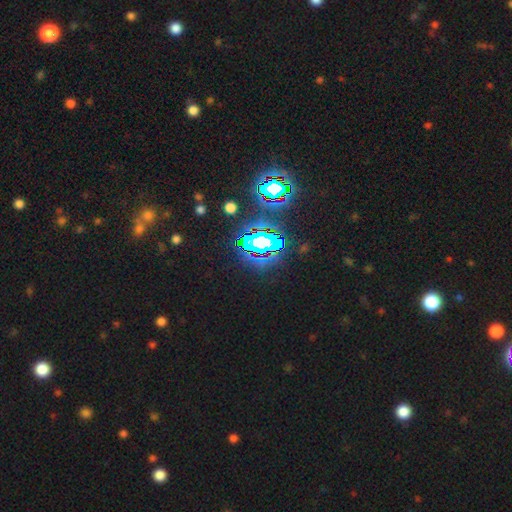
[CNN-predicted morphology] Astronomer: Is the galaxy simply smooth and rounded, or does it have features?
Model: star or artifact — 78%.